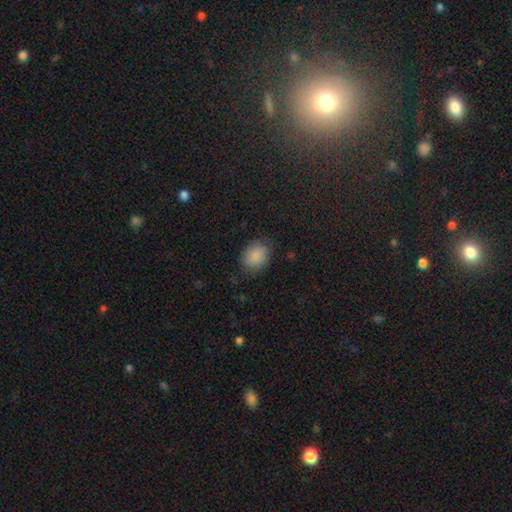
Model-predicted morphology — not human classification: A smooth galaxy with no disk features (87%) that is in between round and cigar-shaped (60%).

Vote fractions:
- Smooth or featured? smooth: 87% / star or artifact: 8% / featured or disk: 5%
- How rounded? in between: 60% / round: 39% / cigar-shaped: 1%
- Merging? none: 78% / minor disturbance: 16% / major disturbance: 4% / merger: 1%